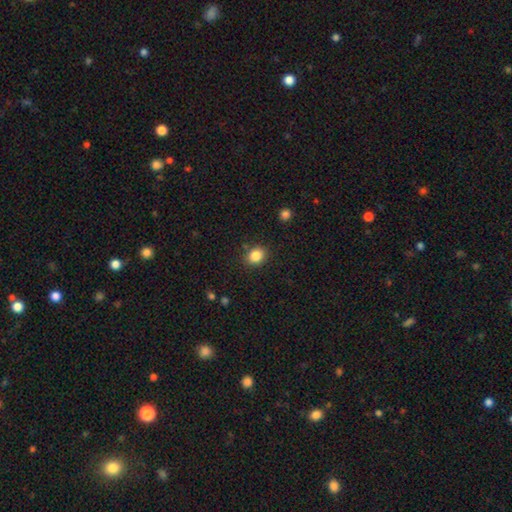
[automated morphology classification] This is clearly a smooth galaxy (85%). How rounded: possibly round (59%). Merging: clearly none (85%).